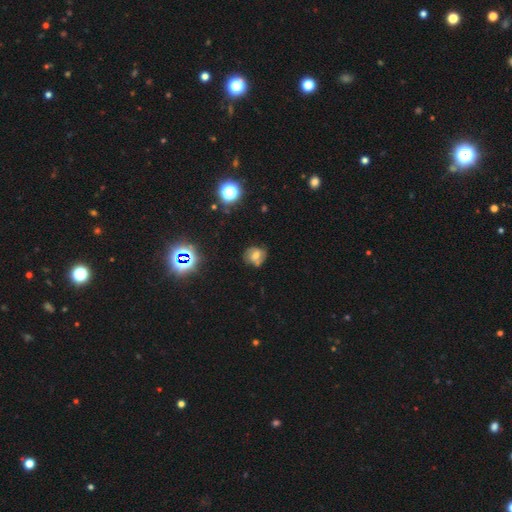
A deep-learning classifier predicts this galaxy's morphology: This is possibly a smooth galaxy (46%). Merging: likely none (66%).